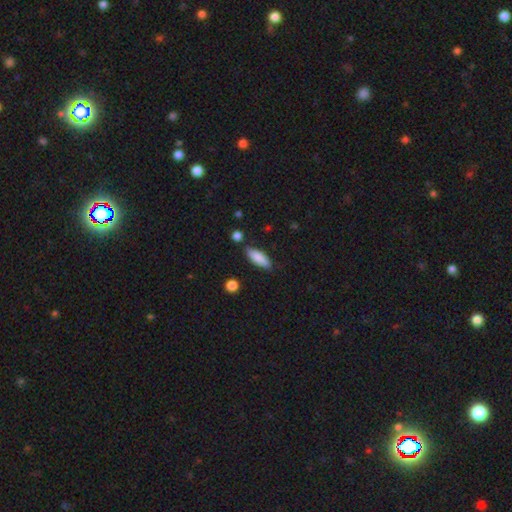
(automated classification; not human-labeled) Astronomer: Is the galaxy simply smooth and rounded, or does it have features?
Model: smooth — 85%.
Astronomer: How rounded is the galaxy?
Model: in between — 67%.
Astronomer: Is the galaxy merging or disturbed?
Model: none — 81%.